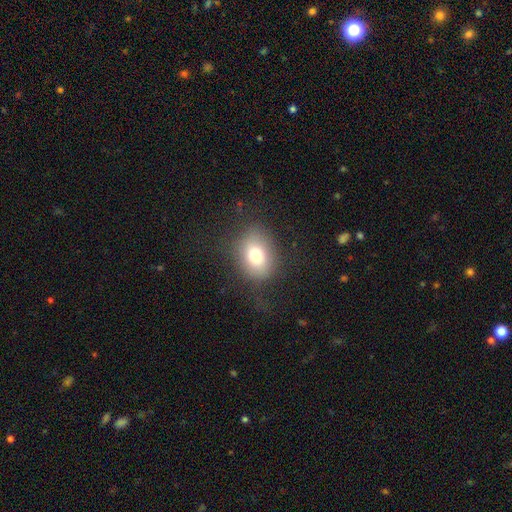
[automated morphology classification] Smooth or featured?
  - smooth: 73% *
  - featured or disk: 15%
  - star or artifact: 13%
How rounded?
  - round: 50% *
  - in between: 49%
  - cigar-shaped: 1%
Merging?
  - none: 74% *
  - minor disturbance: 15%
  - major disturbance: 10%
  - merger: 1%